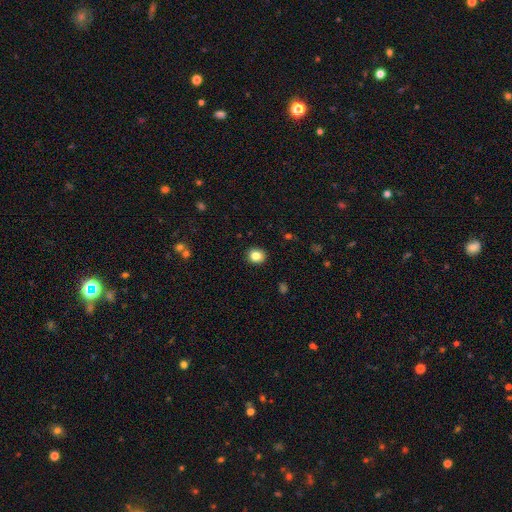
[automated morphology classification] Overall: smooth (83%). How rounded: round (82%). Merging: none (91%).